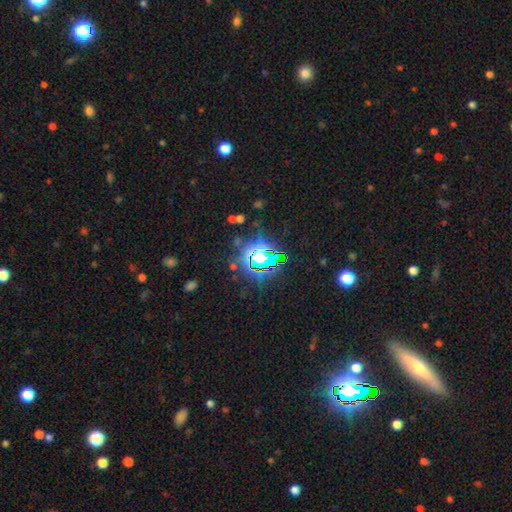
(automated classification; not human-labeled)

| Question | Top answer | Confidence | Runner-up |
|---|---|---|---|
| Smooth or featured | star or artifact | 70% | smooth (19%) |